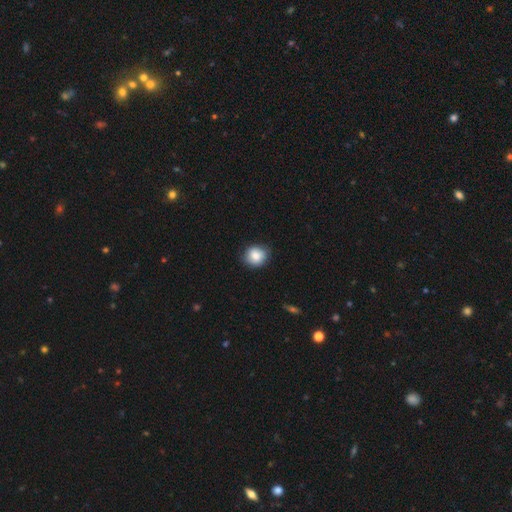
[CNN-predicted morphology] A smooth galaxy with no disk features (83%) that is round (74%). Merging: none (78%).